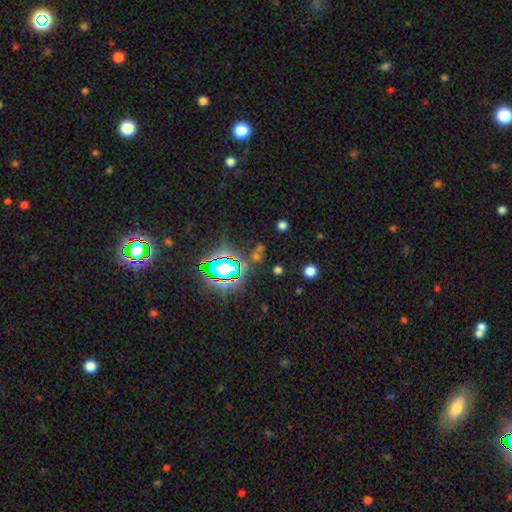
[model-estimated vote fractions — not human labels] star or artifact 67%, smooth 23%, featured or disk 10%.